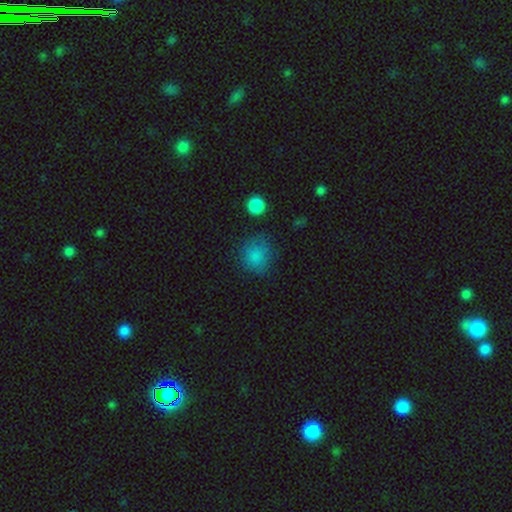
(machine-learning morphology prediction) A smooth galaxy with no disk features (82%) that is round (82%).

Vote fractions:
- Smooth or featured? smooth: 82% / star or artifact: 12% / featured or disk: 6%
- How rounded? round: 82% / in between: 17% / cigar-shaped: 1%
- Merging? none: 74% / minor disturbance: 17% / major disturbance: 6% / merger: 2%